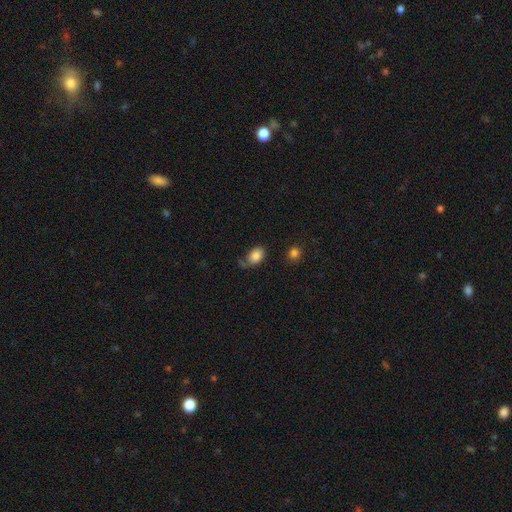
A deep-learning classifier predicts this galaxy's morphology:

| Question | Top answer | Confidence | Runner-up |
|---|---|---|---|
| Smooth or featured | smooth | 83% | featured or disk (8%) |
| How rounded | in between | 78% | round (21%) |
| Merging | none | 55% | minor disturbance (25%) |